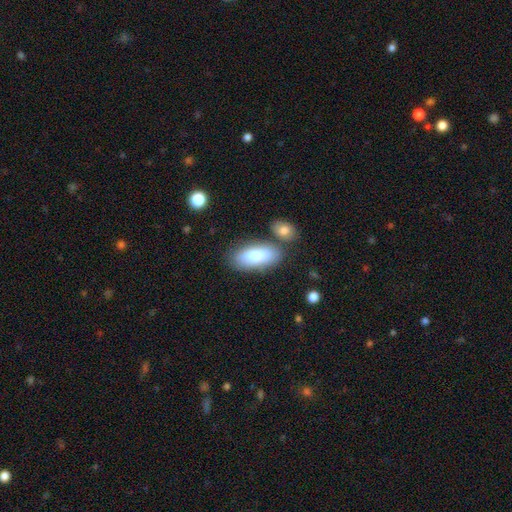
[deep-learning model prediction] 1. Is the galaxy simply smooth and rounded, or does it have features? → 78% smooth, 15% featured or disk, 6% star or artifact.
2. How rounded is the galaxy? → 82% in between, 15% cigar-shaped, 3% round.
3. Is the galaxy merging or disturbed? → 72% none, 12% merger, 12% minor disturbance, 4% major disturbance.